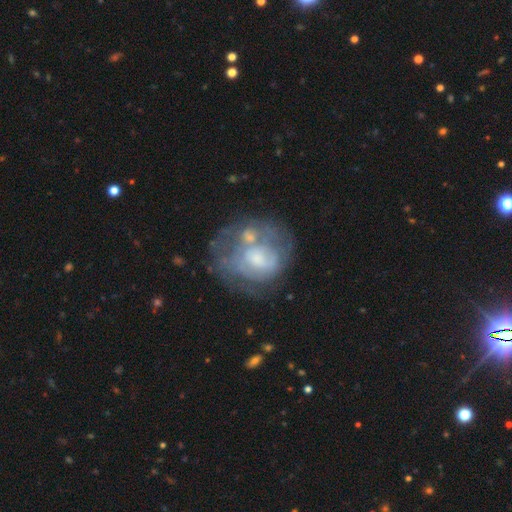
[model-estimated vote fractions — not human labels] Morphology: type=featured or disk (60%); edge-on=no (97%); bar=no (72%); spiral arms=no (62%); bulge=moderate (41%); merging=none (48%).